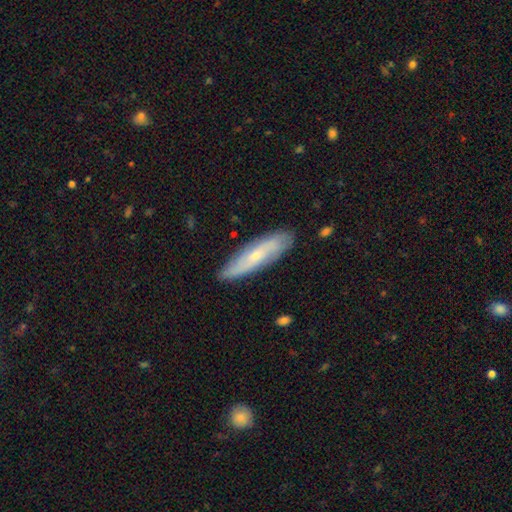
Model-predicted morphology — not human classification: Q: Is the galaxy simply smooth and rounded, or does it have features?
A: featured or disk — 55%.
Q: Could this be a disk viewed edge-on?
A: no — 62%.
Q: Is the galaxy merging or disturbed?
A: none — 84%.